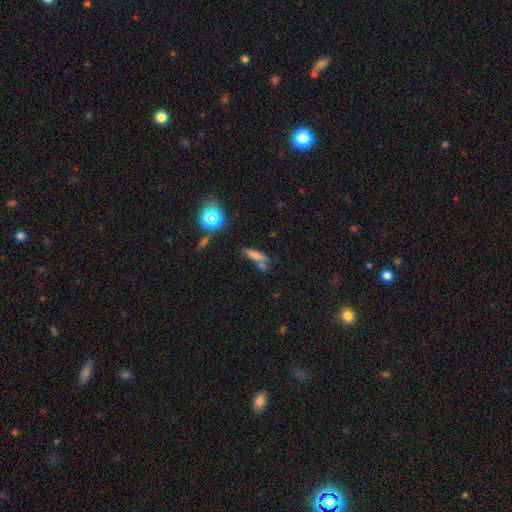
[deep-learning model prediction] Smooth or featured? Predicted: smooth (p=0.59). How rounded? Predicted: cigar-shaped (p=0.61). Merging? Predicted: none (p=0.46).